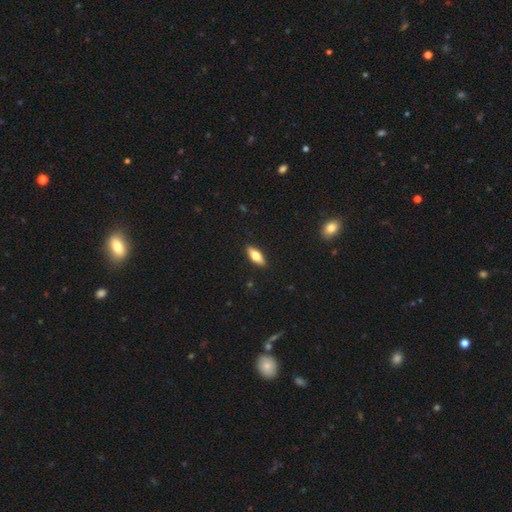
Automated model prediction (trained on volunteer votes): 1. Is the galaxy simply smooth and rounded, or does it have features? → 68% smooth, 26% featured or disk, 6% star or artifact.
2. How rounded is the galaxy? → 70% in between, 27% cigar-shaped, 3% round.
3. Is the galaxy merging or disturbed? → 89% none, 8% minor disturbance, 2% major disturbance, 1% merger.